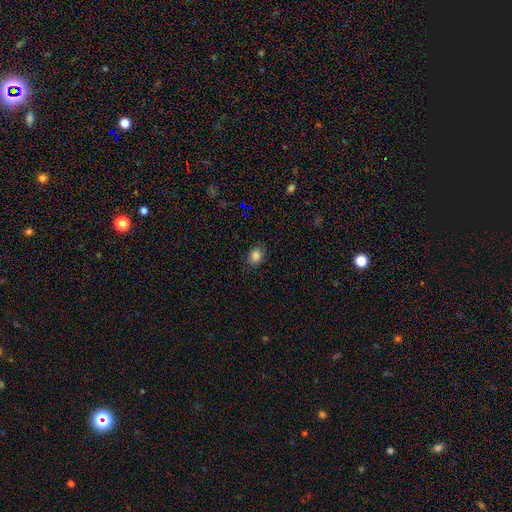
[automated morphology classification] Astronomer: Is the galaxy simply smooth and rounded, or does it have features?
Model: smooth — 83%.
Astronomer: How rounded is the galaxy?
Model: in between — 67%.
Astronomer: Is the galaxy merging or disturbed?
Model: none — 84%.